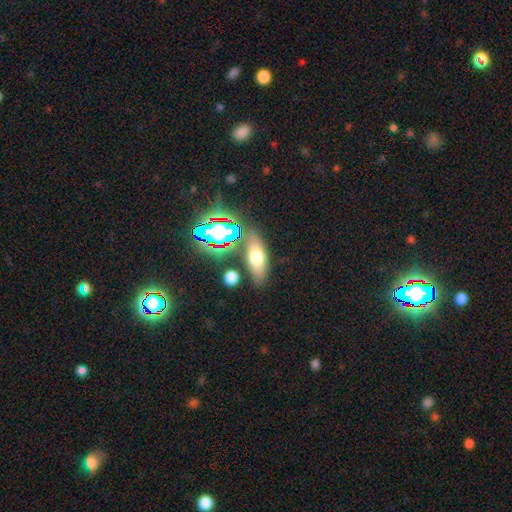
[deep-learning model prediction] Smooth or featured? Predicted: smooth (p=0.54). How rounded? Predicted: in between (p=0.64). Merging? Predicted: none (p=0.78).